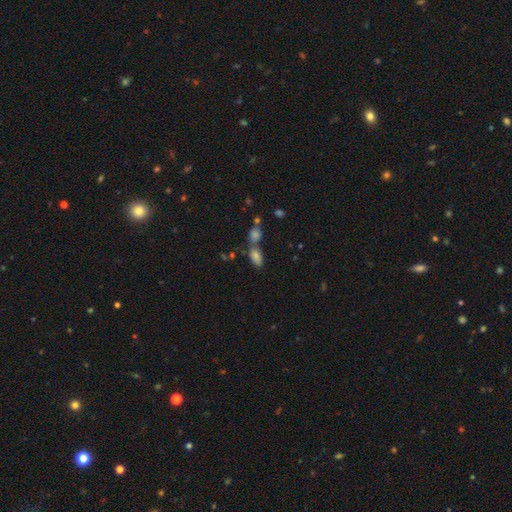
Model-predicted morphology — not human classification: The model was most divided on "merging": none: 48%, merger: 37%, minor disturbance: 10%, major disturbance: 4%. More confident: how rounded — in between (87%); smooth or featured — smooth (72%).